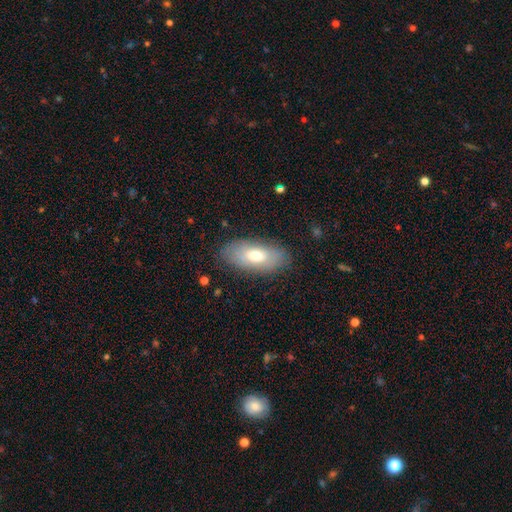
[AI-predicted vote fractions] Q: Smooth or featured?
A: smooth (65%); runner-up: featured or disk (28%)
Q: How rounded?
A: in between (88%); runner-up: cigar-shaped (9%)
Q: Merging?
A: none (83%); runner-up: minor disturbance (12%)